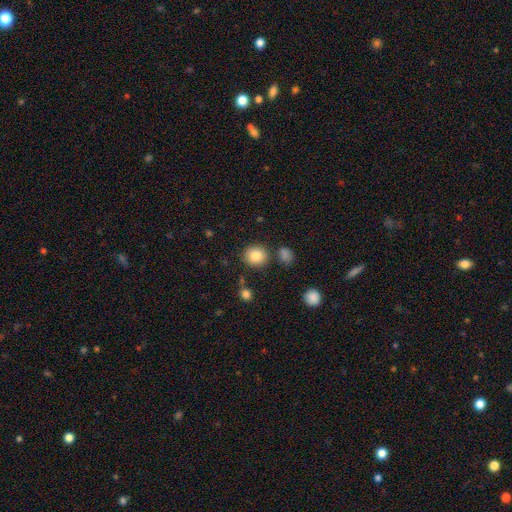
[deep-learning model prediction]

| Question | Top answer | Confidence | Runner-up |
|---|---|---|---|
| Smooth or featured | smooth | 85% | star or artifact (9%) |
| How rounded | round | 81% | in between (18%) |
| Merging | none | 82% | minor disturbance (9%) |